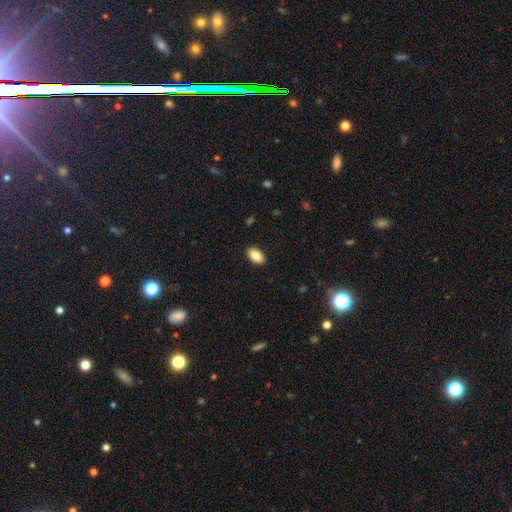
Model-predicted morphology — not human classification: type=smooth (88%); roundness=in between (94%); merging=none (89%).